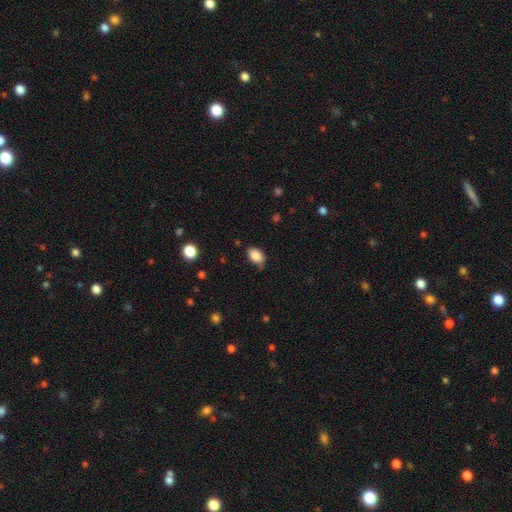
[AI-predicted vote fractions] This is clearly a smooth galaxy (87%). How rounded: clearly in between (84%). Merging: likely none (70%).